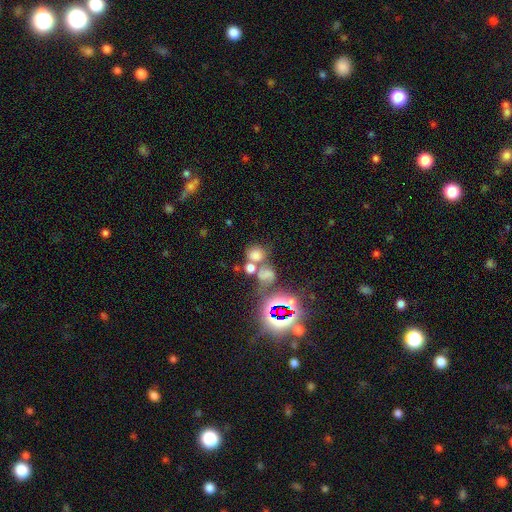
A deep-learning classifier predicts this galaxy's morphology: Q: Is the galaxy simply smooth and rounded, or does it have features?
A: smooth — 62%.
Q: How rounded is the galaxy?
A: round — 76%.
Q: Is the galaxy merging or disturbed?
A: none — 44%.